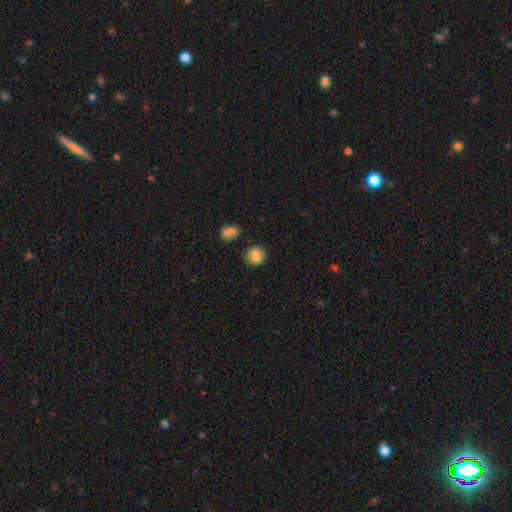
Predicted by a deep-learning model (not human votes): Smooth or featured: smooth — 85% (star or artifact — 9%)
How rounded: round — 87% (in between — 12%)
Merging: none — 86% (minor disturbance — 9%)